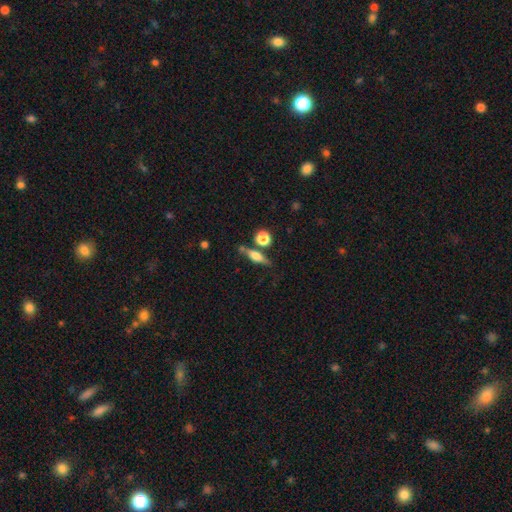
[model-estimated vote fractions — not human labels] A smooth galaxy with no disk features (48%).

Vote fractions:
- Smooth or featured? smooth: 48% / featured or disk: 42% / star or artifact: 10%
- Merging? none: 69% / minor disturbance: 15% / merger: 11% / major disturbance: 6%